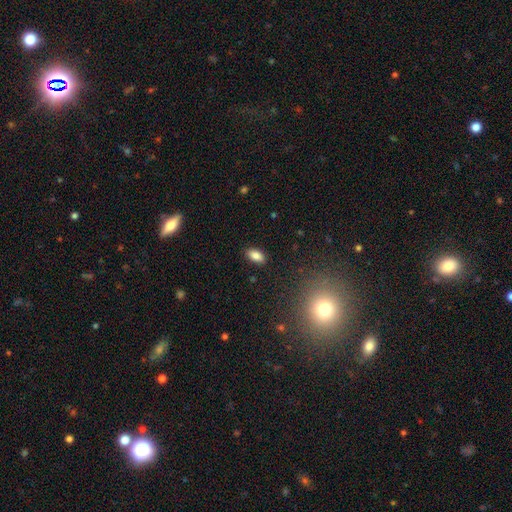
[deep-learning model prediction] This appears to be a smooth galaxy with no disk features (86%) that is in between round and cigar-shaped (91%). Merging: none (88%).